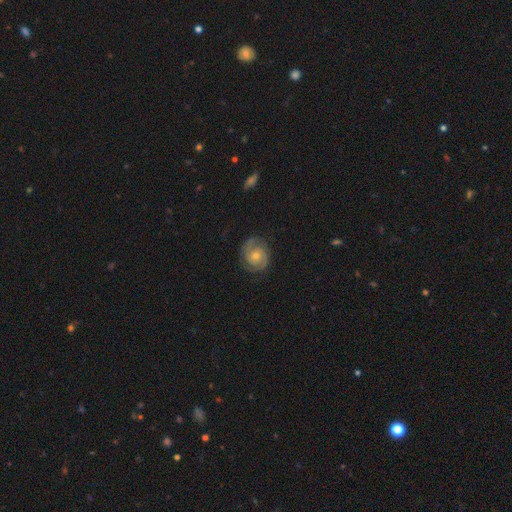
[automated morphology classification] featured or disk 83%, smooth 10%, star or artifact 7%. Down the decision tree: edge-on disk — no (98%); bar — no (70%); spiral arms — yes (97%); spiral arm count — 2 (77%); spiral winding — tight (59%); bulge size — moderate (51%); merging — none (82%).